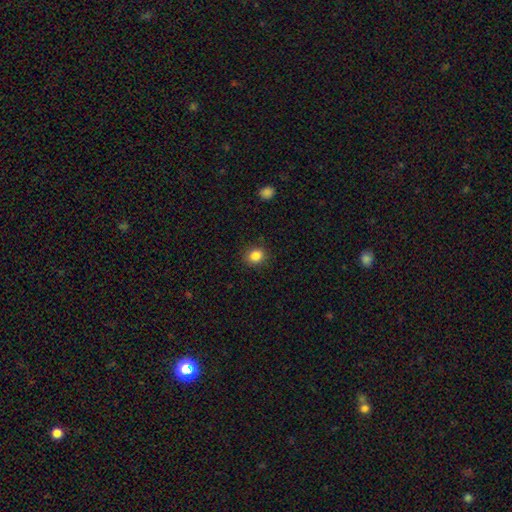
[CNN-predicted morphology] Q: Smooth or featured?
A: smooth (85%); runner-up: star or artifact (11%)
Q: How rounded?
A: round (71%); runner-up: in between (28%)
Q: Merging?
A: none (88%); runner-up: minor disturbance (9%)